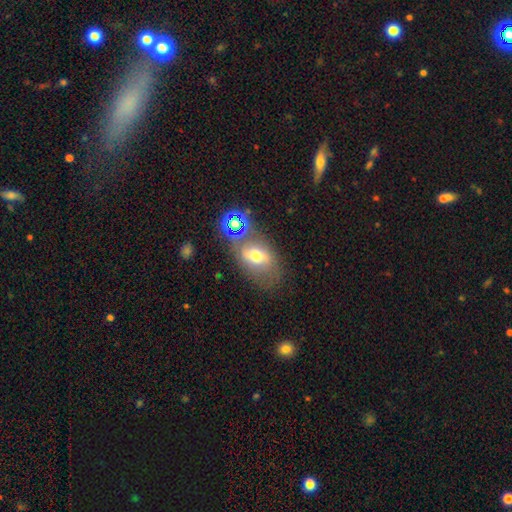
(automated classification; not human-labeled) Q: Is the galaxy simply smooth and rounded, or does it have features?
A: smooth — 50%.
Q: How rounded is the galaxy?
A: in between — 78%.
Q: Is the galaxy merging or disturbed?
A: none — 53%.